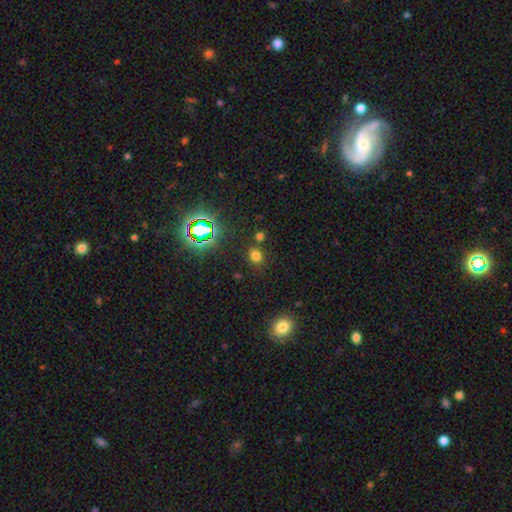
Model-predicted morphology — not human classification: Smooth or featured?
  - smooth: 66% *
  - star or artifact: 27%
  - featured or disk: 7%
How rounded?
  - round: 64% *
  - in between: 35%
  - cigar-shaped: 1%
Merging?
  - none: 78% *
  - merger: 9%
  - minor disturbance: 9%
  - major disturbance: 3%